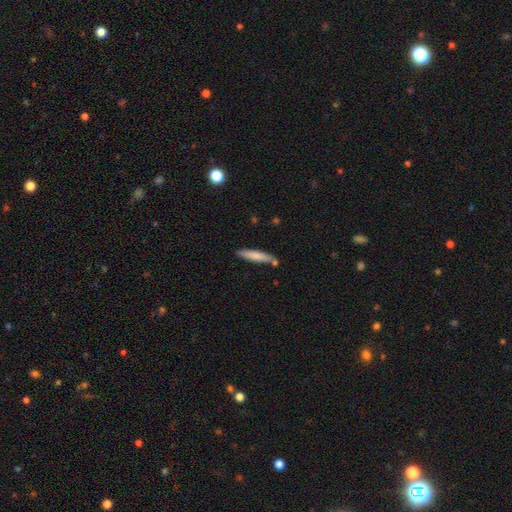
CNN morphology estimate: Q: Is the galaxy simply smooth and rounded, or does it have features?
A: smooth — 77%.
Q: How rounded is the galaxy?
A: cigar-shaped — 88%.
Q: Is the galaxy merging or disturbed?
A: none — 78%.